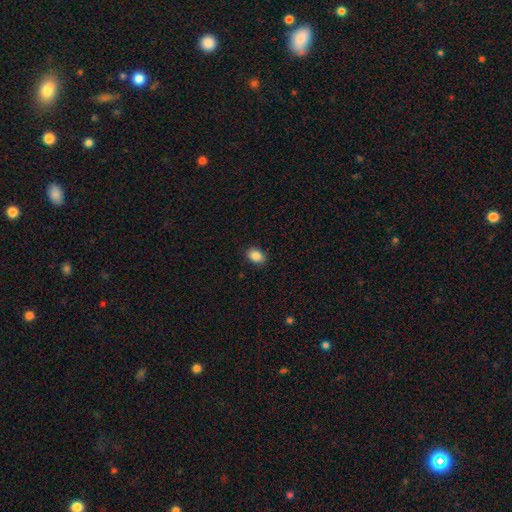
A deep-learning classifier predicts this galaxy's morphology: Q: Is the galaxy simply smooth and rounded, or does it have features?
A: smooth — 88%.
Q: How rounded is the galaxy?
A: in between — 72%.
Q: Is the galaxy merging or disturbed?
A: none — 87%.